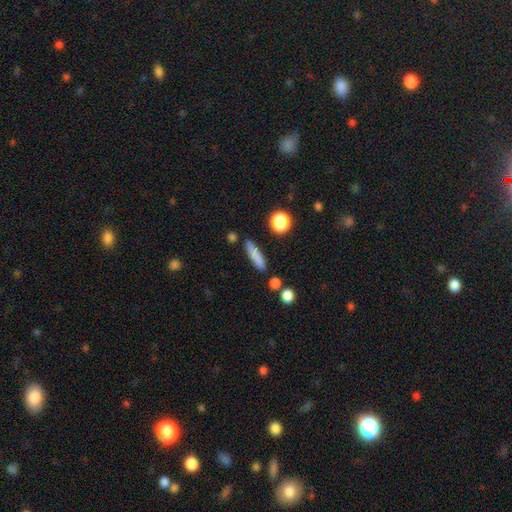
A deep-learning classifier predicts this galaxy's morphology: A smooth galaxy with no disk features (80%) that is cigar-shaped (82%). Merging: none (83%).